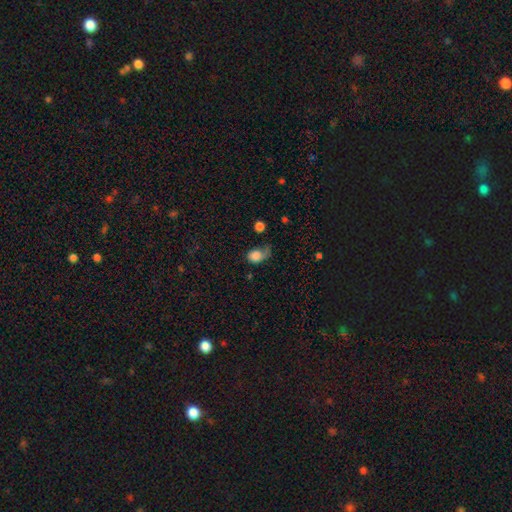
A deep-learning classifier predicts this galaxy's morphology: Smooth or featured?
  - smooth: 73% *
  - featured or disk: 17%
  - star or artifact: 9%
How rounded?
  - in between: 55% *
  - round: 43%
  - cigar-shaped: 1%
Merging?
  - major disturbance: 42% *
  - minor disturbance: 26%
  - none: 25%
  - merger: 7%